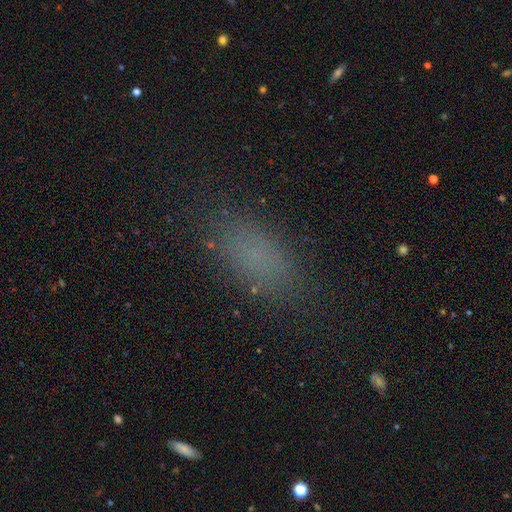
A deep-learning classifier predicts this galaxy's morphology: Q: Smooth or featured?
A: smooth (76%); runner-up: star or artifact (17%)
Q: How rounded?
A: in between (85%); runner-up: cigar-shaped (10%)
Q: Merging?
A: none (81%); runner-up: minor disturbance (13%)